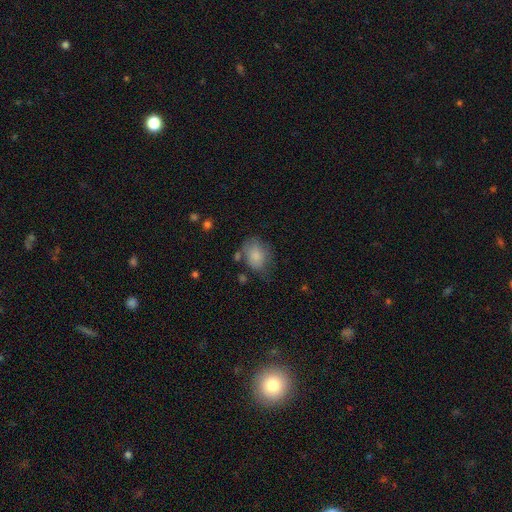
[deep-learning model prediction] This appears to be a smooth galaxy with no disk features (81%) that is in between round and cigar-shaped (66%). Merging: none (51%).